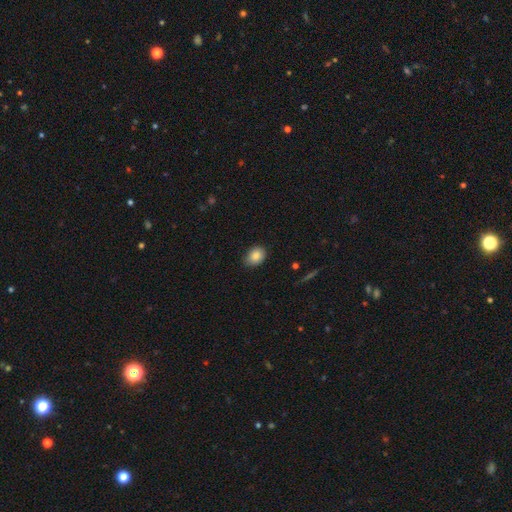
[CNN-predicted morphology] smooth 84%, star or artifact 9%, featured or disk 7%. Down the decision tree: how rounded — in between (61%); merging — none (79%).